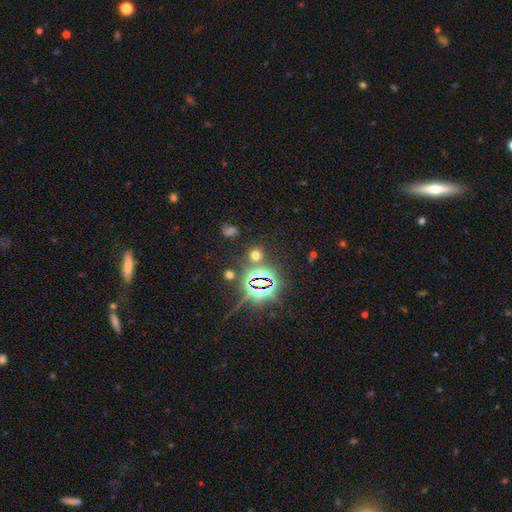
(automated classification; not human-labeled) Smooth or featured? Predicted: star or artifact (p=0.50).